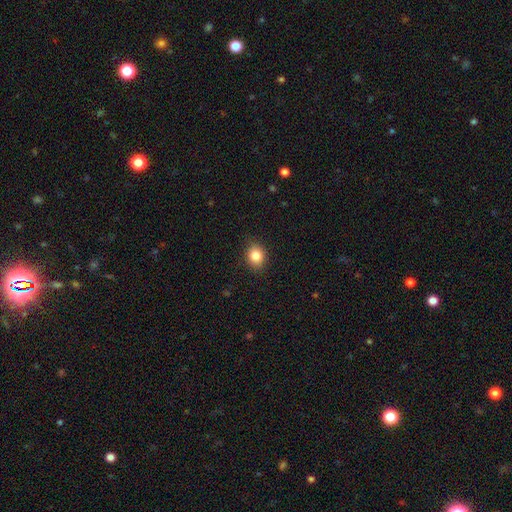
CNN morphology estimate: smooth_or_featured: smooth (p=0.84) [alt: star or artifact p=0.10]
how_rounded: round (p=0.55) [alt: in between p=0.44]
merging: none (p=0.85) [alt: minor disturbance p=0.11]